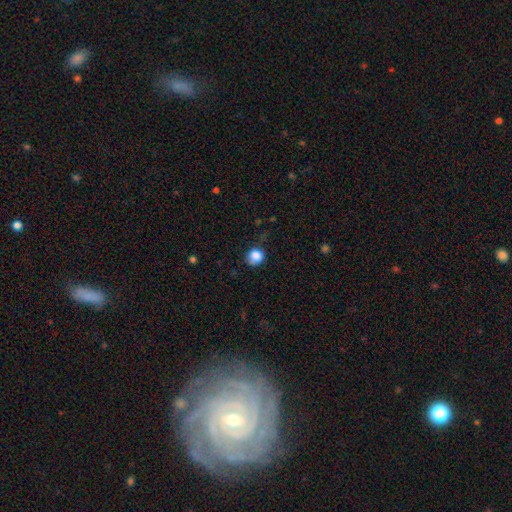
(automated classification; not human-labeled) Smooth or featured?
  - smooth: 85% *
  - star or artifact: 9%
  - featured or disk: 6%
How rounded?
  - round: 74% *
  - in between: 25%
  - cigar-shaped: 1%
Merging?
  - none: 60% *
  - minor disturbance: 30%
  - major disturbance: 8%
  - merger: 2%